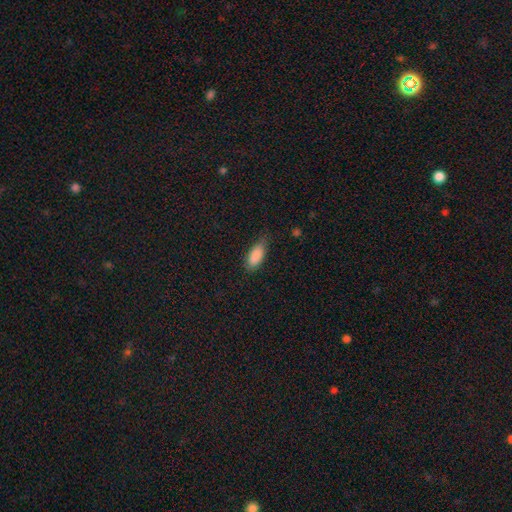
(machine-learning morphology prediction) Overall: smooth (88%). How rounded: in between (83%). Merging: none (70%).